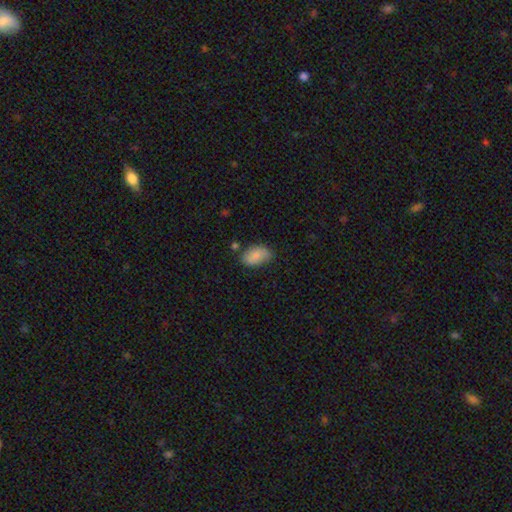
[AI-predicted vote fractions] Smooth or featured?
  - smooth: 83% *
  - featured or disk: 9%
  - star or artifact: 7%
How rounded?
  - in between: 91% *
  - round: 7%
  - cigar-shaped: 2%
Merging?
  - none: 69% *
  - minor disturbance: 22%
  - major disturbance: 5%
  - merger: 4%